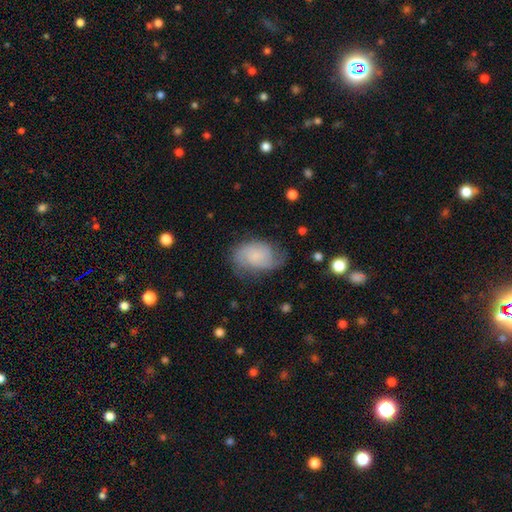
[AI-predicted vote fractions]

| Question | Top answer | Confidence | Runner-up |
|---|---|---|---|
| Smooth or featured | featured or disk | 47% | smooth (44%) |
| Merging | none | 61% | minor disturbance (26%) |